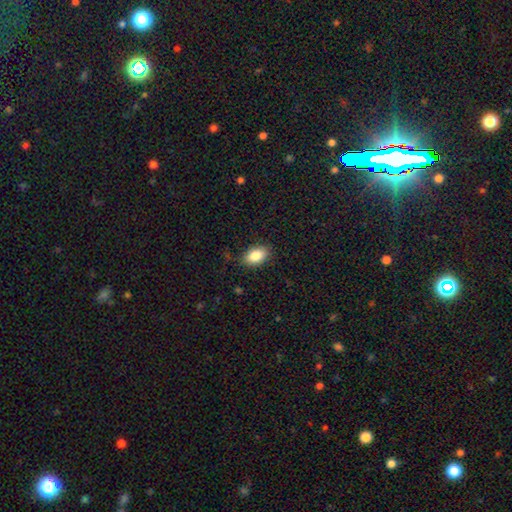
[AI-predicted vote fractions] Morphology: type=smooth (85%); roundness=in between (89%); merging=none (86%).